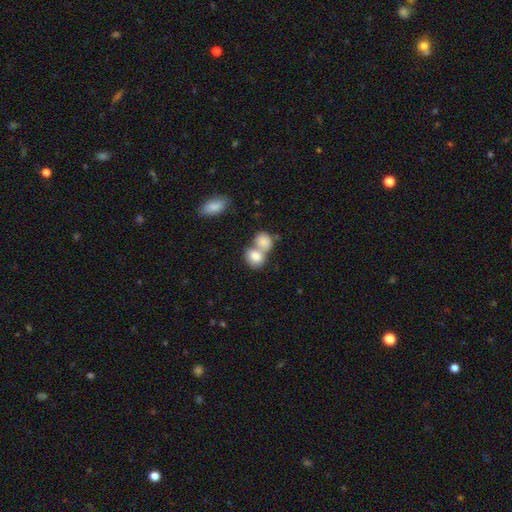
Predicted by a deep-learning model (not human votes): This appears to be a smooth galaxy with no disk features (81%) that is in between round and cigar-shaped (57%). Merging: merger (66%).